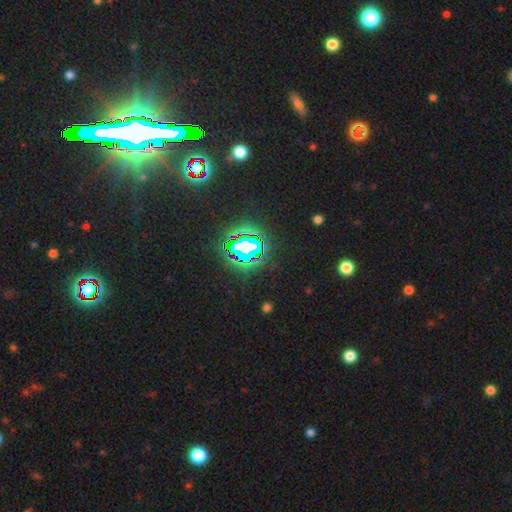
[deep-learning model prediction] This is clearly a star or artifact rather than a galaxy (83%).